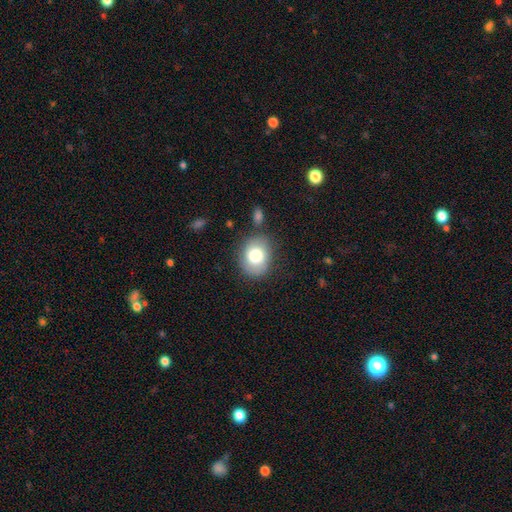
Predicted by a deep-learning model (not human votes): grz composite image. It shows a smooth galaxy with no disk features (75%) that is in between round and cigar-shaped (52%). Merging: none (75%).